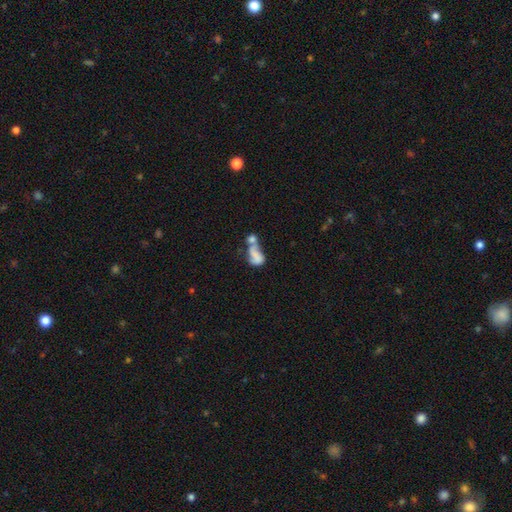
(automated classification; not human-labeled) smooth_or_featured: smooth (p=0.60) [alt: featured or disk p=0.29]
how_rounded: in between (p=0.81) [alt: round p=0.13]
merging: merger (p=0.64) [alt: major disturbance p=0.16]